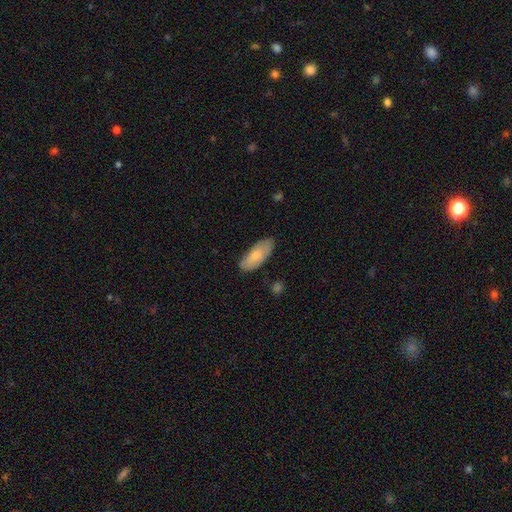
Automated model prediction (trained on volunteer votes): smooth_or_featured: smooth (p=0.78) [alt: featured or disk p=0.17]
how_rounded: in between (p=0.83) [alt: cigar-shaped p=0.15]
merging: none (p=0.77) [alt: minor disturbance p=0.18]